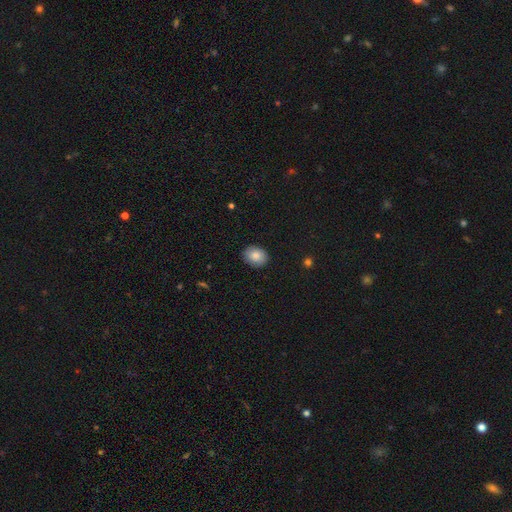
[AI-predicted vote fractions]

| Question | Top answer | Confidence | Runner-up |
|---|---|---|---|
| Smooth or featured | smooth | 86% | star or artifact (8%) |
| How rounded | in between | 55% | round (44%) |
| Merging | none | 88% | minor disturbance (9%) |